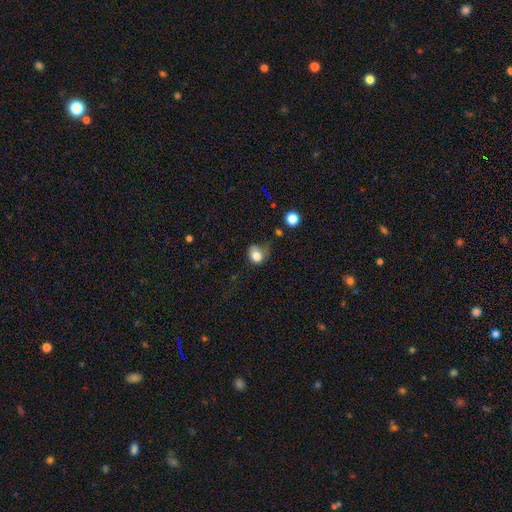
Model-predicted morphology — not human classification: Q: Smooth or featured?
A: smooth (80%); runner-up: featured or disk (10%)
Q: How rounded?
A: round (58%); runner-up: in between (41%)
Q: Merging?
A: minor disturbance (36%); runner-up: none (35%)